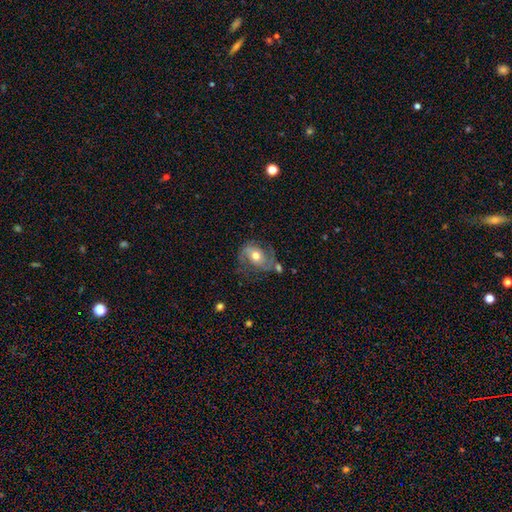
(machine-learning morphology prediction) featured or disk 70%, smooth 22%, star or artifact 8%. Down the decision tree: edge-on disk — no (96%); bar — no (59%); spiral arms — yes (87%); spiral arm count — 2 (81%); spiral winding — medium (48%); bulge size — moderate (73%); merging — none (58%).